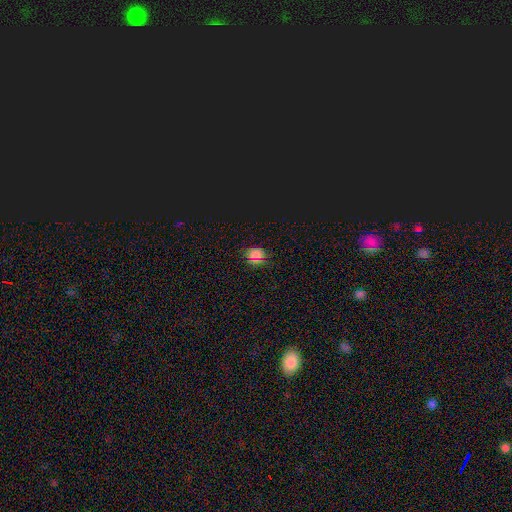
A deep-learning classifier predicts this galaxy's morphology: Smooth or featured: smooth — 62% (star or artifact — 33%)
How rounded: round — 68% (in between — 30%)
Merging: none — 84% (minor disturbance — 11%)